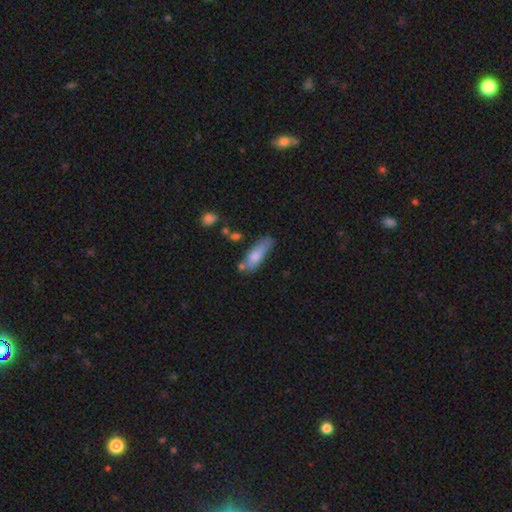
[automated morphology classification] Q: Smooth or featured?
A: smooth (72%); runner-up: featured or disk (21%)
Q: How rounded?
A: in between (59%); runner-up: cigar-shaped (39%)
Q: Merging?
A: none (51%); runner-up: minor disturbance (29%)